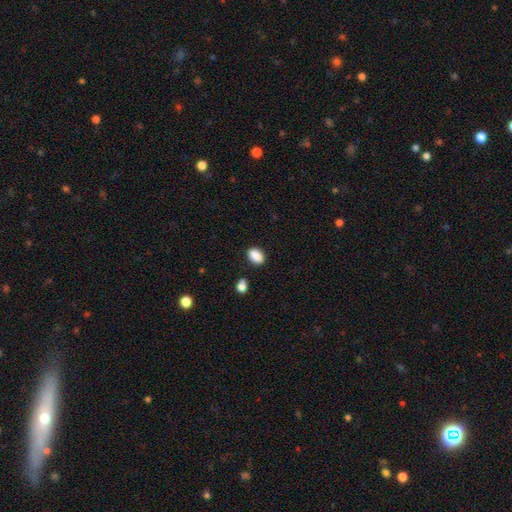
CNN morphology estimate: Smooth or featured: smooth — 88% (star or artifact — 8%)
How rounded: in between — 82% (round — 16%)
Merging: none — 83% (minor disturbance — 11%)